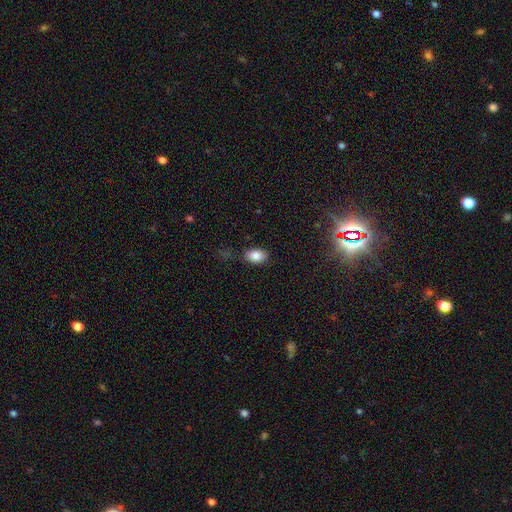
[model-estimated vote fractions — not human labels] Smooth or featured?
  - smooth: 86% *
  - star or artifact: 9%
  - featured or disk: 5%
How rounded?
  - in between: 87% *
  - round: 12%
  - cigar-shaped: 1%
Merging?
  - none: 78% *
  - minor disturbance: 16%
  - major disturbance: 4%
  - merger: 2%